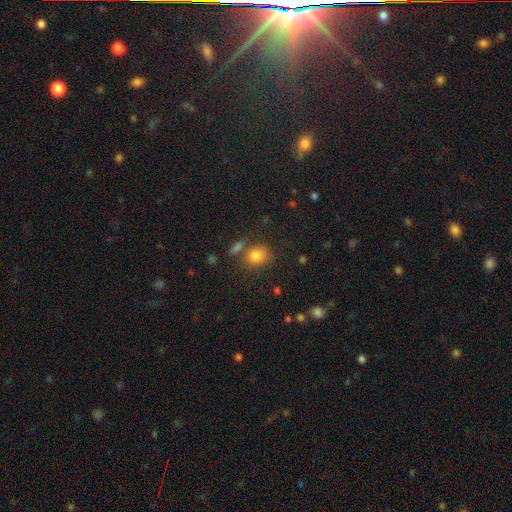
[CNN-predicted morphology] Overall: smooth (81%). How rounded: round (62%; in between 37%). Merging: none (58%; merger 19%).